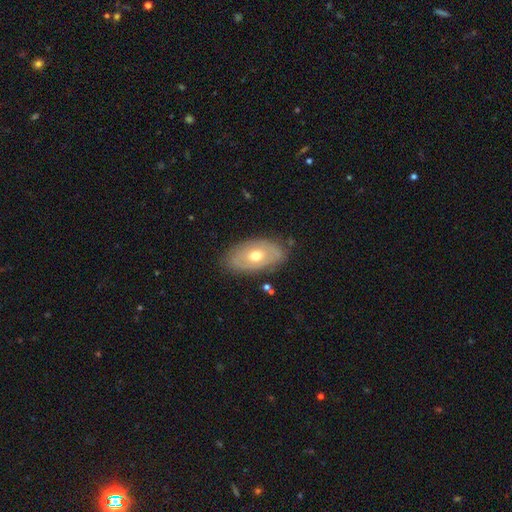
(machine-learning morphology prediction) Q: Smooth or featured?
A: featured or disk (52%); runner-up: smooth (42%)
Q: Edge-on disk?
A: no (88%); runner-up: yes (12%)
Q: Merging?
A: none (80%); runner-up: minor disturbance (15%)